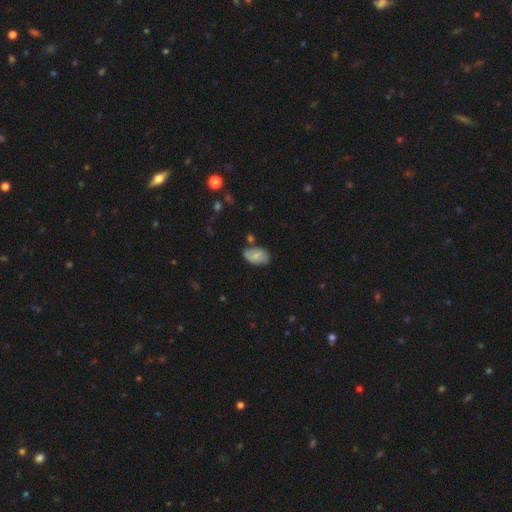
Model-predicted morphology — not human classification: type=smooth (65%); roundness=in between (91%); merging=none (62%).